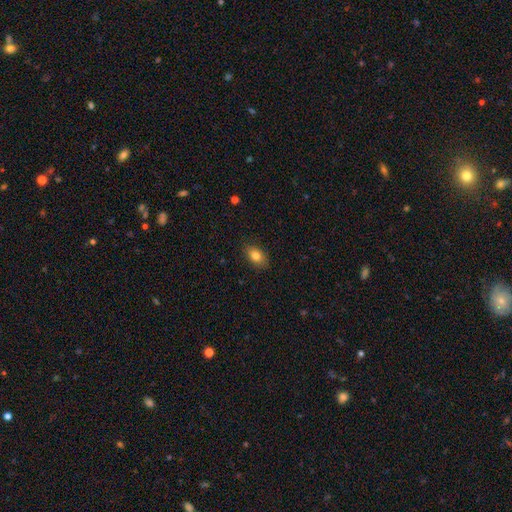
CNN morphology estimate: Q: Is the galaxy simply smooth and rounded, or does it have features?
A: smooth — 82%.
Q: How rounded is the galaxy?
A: in between — 83%.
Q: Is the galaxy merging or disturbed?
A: none — 86%.